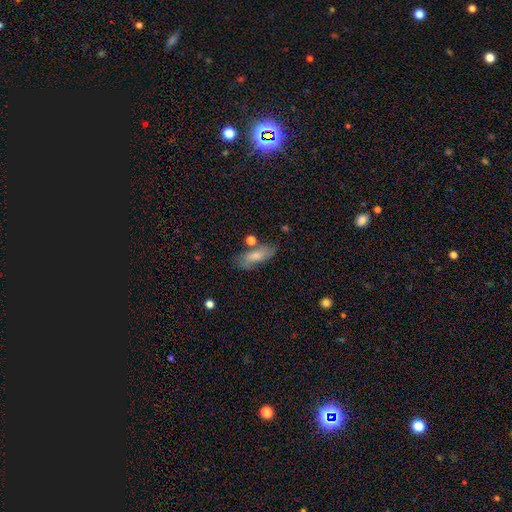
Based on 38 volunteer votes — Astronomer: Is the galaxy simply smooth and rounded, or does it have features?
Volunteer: smooth — 87%.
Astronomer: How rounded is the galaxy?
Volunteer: in between — 76%.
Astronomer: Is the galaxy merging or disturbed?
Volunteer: none — 55%.